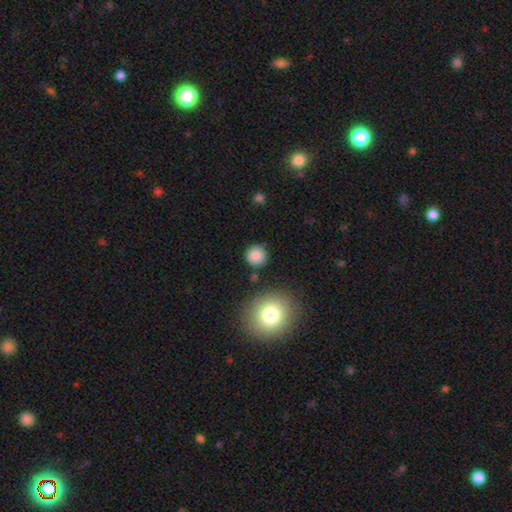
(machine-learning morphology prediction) Smooth or featured? Predicted: smooth (p=0.86). How rounded? Predicted: round (p=0.94). Merging? Predicted: none (p=0.86).